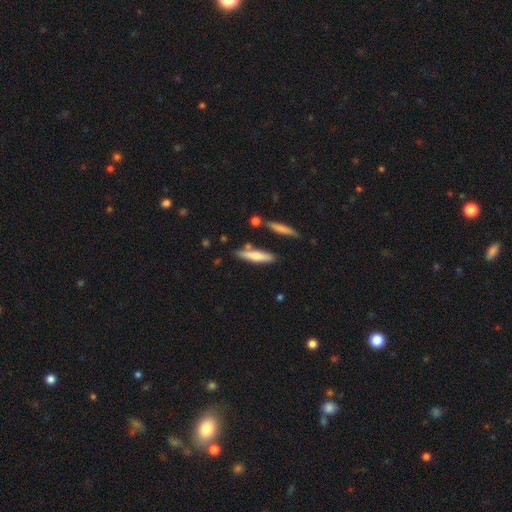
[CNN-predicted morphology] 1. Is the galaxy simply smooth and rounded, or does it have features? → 67% smooth, 27% featured or disk, 6% star or artifact.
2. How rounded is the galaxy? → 81% cigar-shaped, 17% in between, 2% round.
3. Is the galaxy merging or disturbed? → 77% none, 13% minor disturbance, 7% merger, 3% major disturbance.